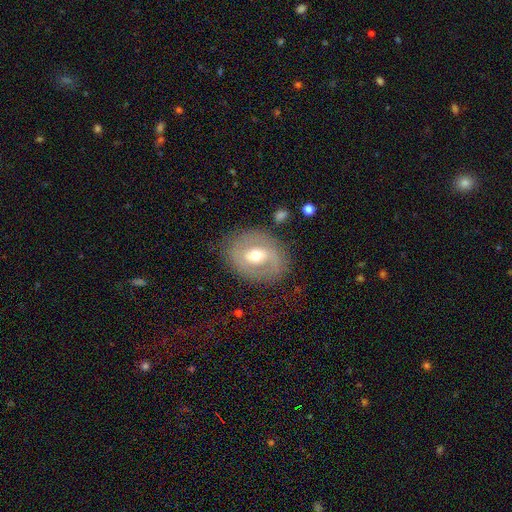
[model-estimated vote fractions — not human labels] Smooth or featured? Predicted: featured or disk (p=0.64). Edge-on disk? Predicted: no (p=0.94). Bar? Predicted: weak (p=0.44). Spiral arms? Predicted: no (p=0.50, tied with yes). Bulge size? Predicted: moderate (p=0.72). Merging? Predicted: none (p=0.77).